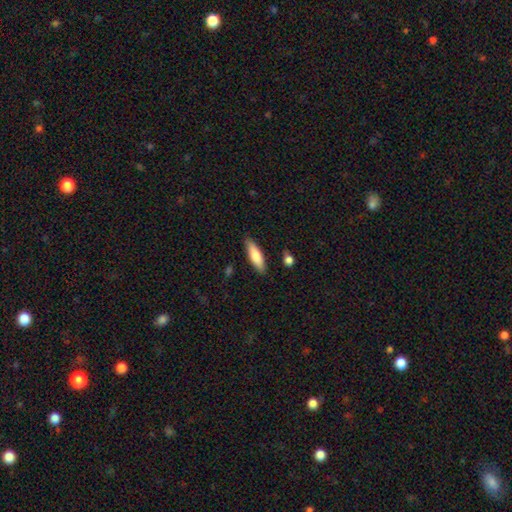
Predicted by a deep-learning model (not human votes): The model was most divided on "how rounded": cigar-shaped: 58%, in between: 40%, round: 2%. More confident: merging — none (85%); smooth or featured — smooth (75%).